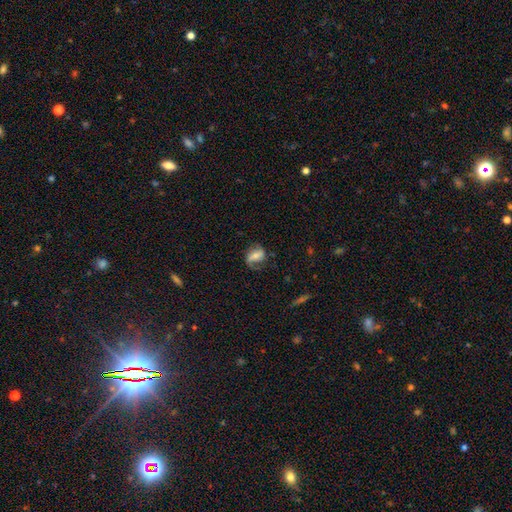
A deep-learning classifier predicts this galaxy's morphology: Smooth or featured? Predicted: featured or disk (p=0.62). Edge-on disk? Predicted: no (p=0.96). Bar? Predicted: strong (p=0.37). Spiral arms? Predicted: yes (p=0.87). Spiral winding? Predicted: medium (p=0.41). Spiral arm count? Predicted: 2 (p=0.78). Bulge size? Predicted: moderate (p=0.45). Merging? Predicted: none (p=0.66).